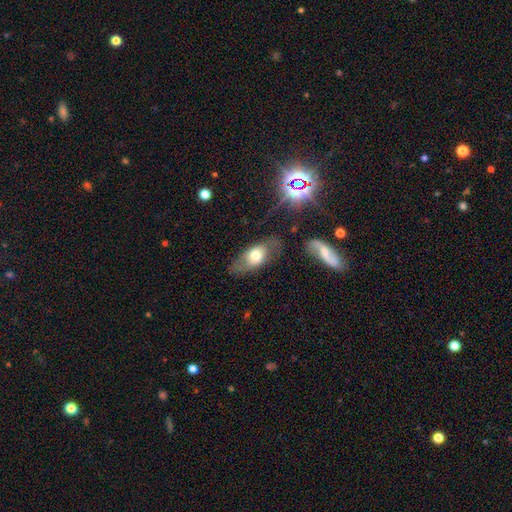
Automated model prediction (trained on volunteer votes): The model was most divided on "smooth or featured": smooth: 59%, featured or disk: 32%, star or artifact: 9%. More confident: how rounded — in between (82%); merging — none (64%).